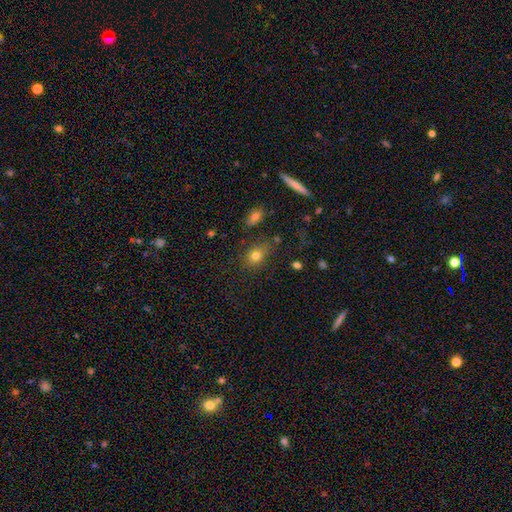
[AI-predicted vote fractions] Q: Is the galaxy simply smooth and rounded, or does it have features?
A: smooth — 78%.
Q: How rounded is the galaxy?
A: in between — 53%.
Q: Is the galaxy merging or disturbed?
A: none — 72%.